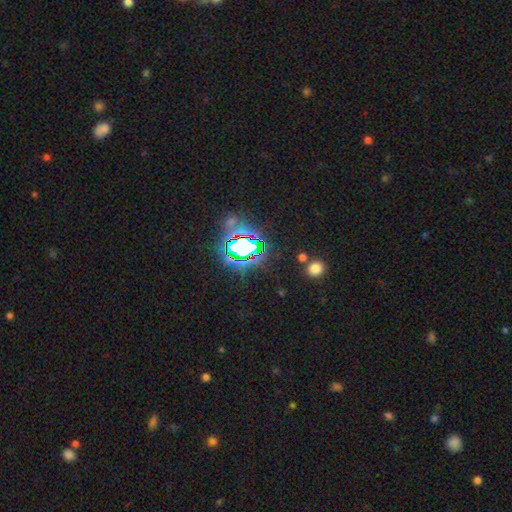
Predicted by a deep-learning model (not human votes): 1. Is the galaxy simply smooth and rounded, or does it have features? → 81% star or artifact, 12% smooth, 7% featured or disk.